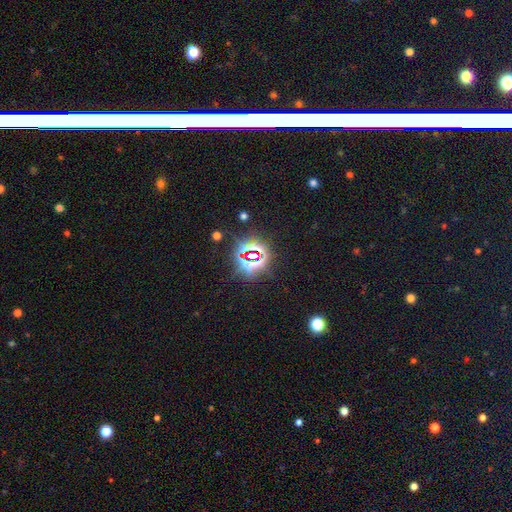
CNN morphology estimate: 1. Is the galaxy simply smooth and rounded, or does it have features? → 80% star or artifact, 12% smooth, 8% featured or disk.